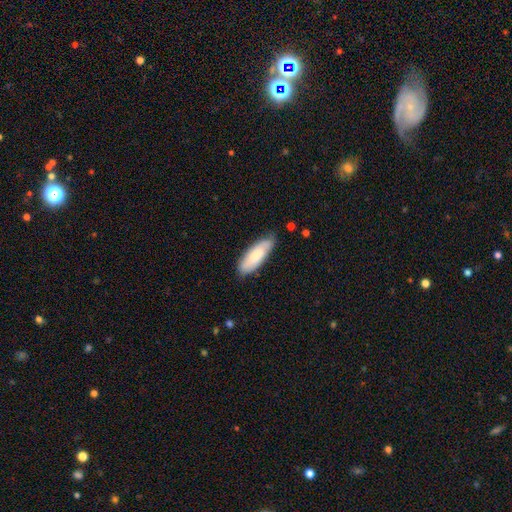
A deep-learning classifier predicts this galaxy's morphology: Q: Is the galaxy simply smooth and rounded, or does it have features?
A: smooth — 68%.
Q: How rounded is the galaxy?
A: in between — 64%.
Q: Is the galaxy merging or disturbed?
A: none — 77%.